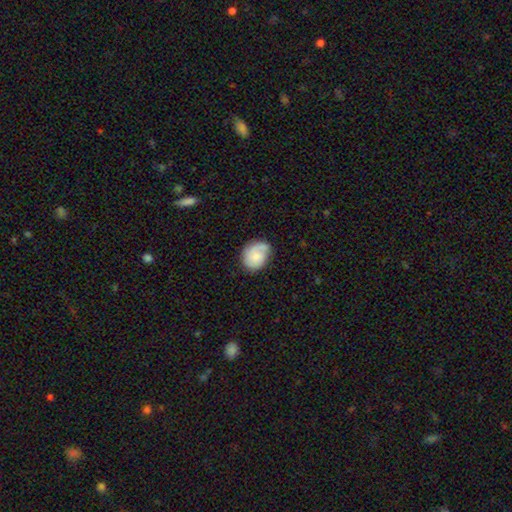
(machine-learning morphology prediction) A smooth galaxy with no disk features (55%) that is round (52%). Merging: none (57%).